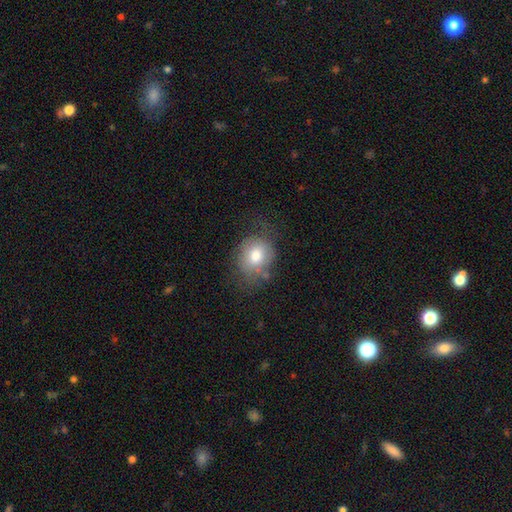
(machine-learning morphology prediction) A smooth galaxy with no disk features (74%) that is round (62%). Merging: none (55%).